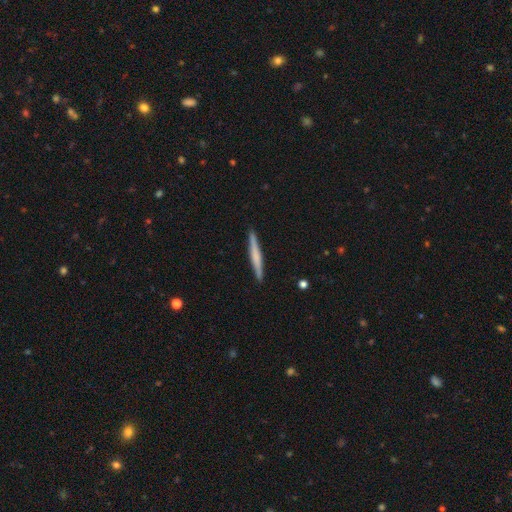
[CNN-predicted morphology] smooth_or_featured: smooth (p=0.49) [alt: featured or disk p=0.46]
merging: none (p=0.92) [alt: minor disturbance p=0.06]